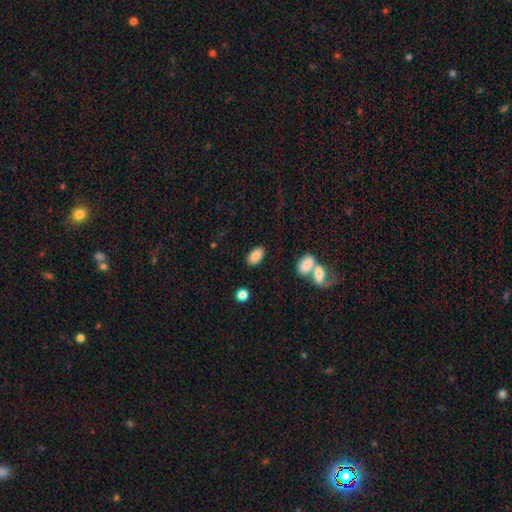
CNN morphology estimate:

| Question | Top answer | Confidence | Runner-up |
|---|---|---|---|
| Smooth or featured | smooth | 86% | star or artifact (8%) |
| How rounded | in between | 92% | round (6%) |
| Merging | none | 84% | minor disturbance (9%) |